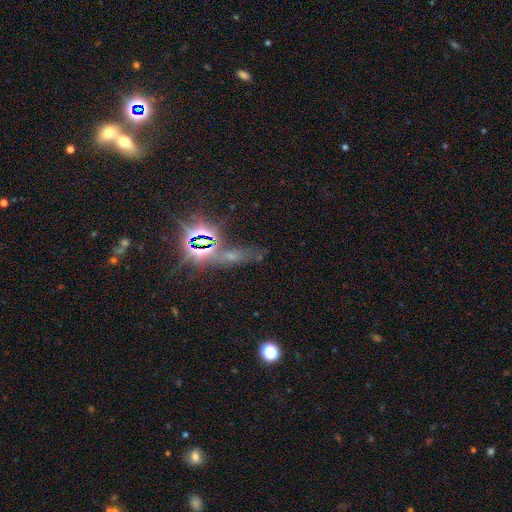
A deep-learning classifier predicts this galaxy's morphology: The model was most divided on "smooth or featured": star or artifact: 67%, smooth: 18%, featured or disk: 15%.